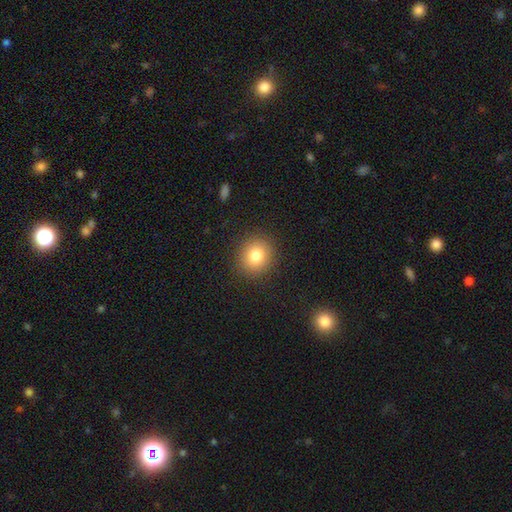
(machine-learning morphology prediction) A smooth galaxy with no disk features (80%) that is round (86%).

Vote fractions:
- Smooth or featured? smooth: 80% / star or artifact: 11% / featured or disk: 8%
- How rounded? round: 86% / in between: 13% / cigar-shaped: 1%
- Merging? none: 90% / minor disturbance: 6% / major disturbance: 2% / merger: 1%